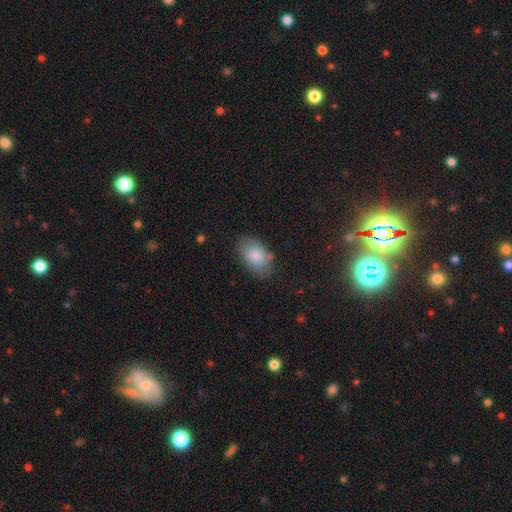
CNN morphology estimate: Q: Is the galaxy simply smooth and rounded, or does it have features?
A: smooth — 85%.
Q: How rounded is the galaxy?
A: in between — 90%.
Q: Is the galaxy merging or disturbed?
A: none — 74%.